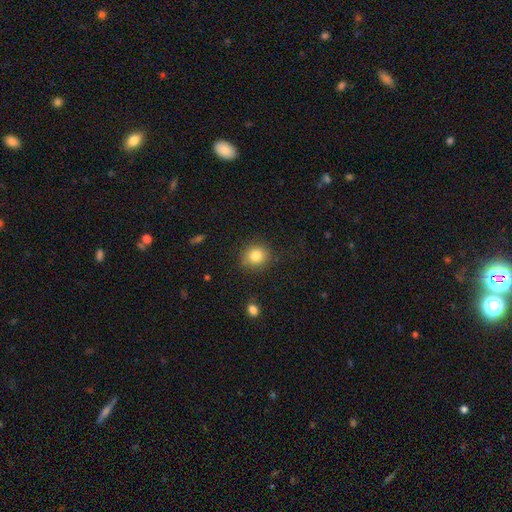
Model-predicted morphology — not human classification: smooth_or_featured: smooth (p=0.82) [alt: star or artifact p=0.11]
how_rounded: round (p=0.83) [alt: in between p=0.16]
merging: none (p=0.84) [alt: minor disturbance p=0.12]